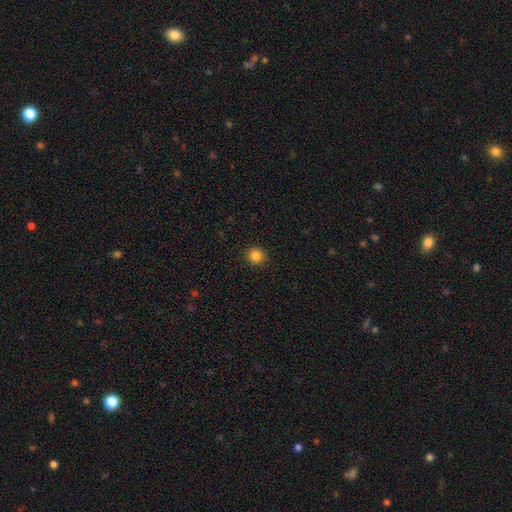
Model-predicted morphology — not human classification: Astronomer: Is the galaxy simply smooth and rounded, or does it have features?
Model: smooth — 85%.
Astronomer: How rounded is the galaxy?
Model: round — 91%.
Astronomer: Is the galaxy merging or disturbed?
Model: none — 92%.